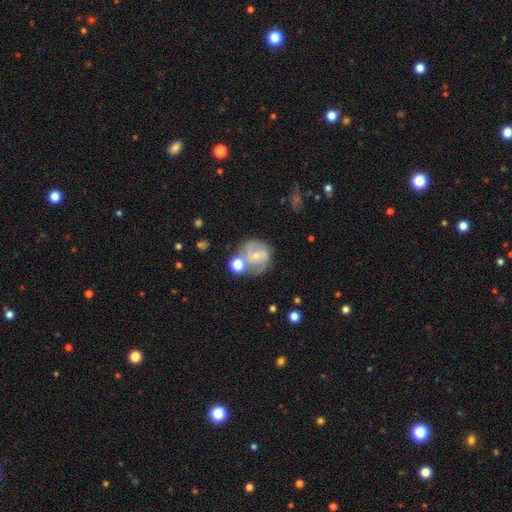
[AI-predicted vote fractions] featured or disk 74%, smooth 18%, star or artifact 8%. Down the decision tree: edge-on disk — no (98%); bar — weak (47%); spiral arms — yes (92%); spiral arm count — 2 (80%); spiral winding — medium (53%); bulge size — small (65%); merging — none (56%).